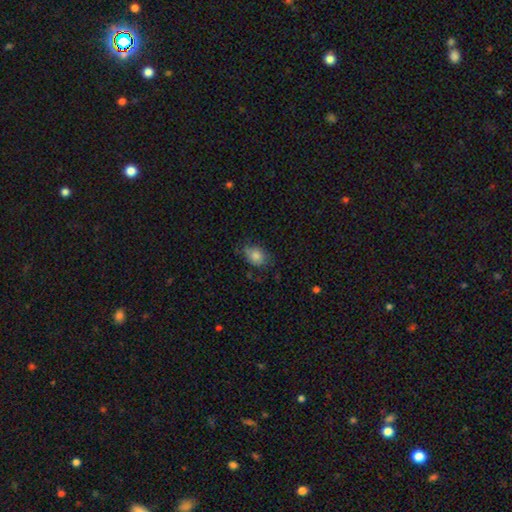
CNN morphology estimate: This is clearly a smooth galaxy (81%). How rounded: likely in between (68%). Merging: likely none (64%).